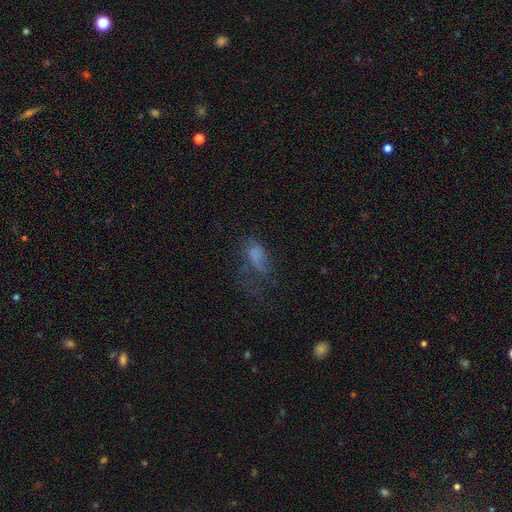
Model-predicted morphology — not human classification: Smooth or featured? smooth (53%)
How rounded? in between (85%)
Merging? major disturbance (50%)